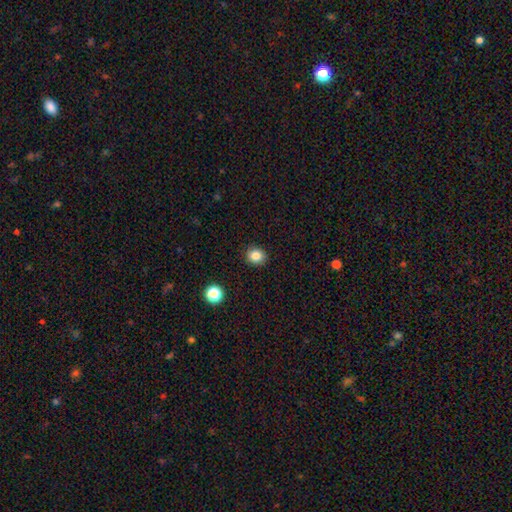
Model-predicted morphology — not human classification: smooth_or_featured: smooth (p=0.84) [alt: star or artifact p=0.11]
how_rounded: round (p=0.77) [alt: in between p=0.22]
merging: none (p=0.91) [alt: minor disturbance p=0.06]